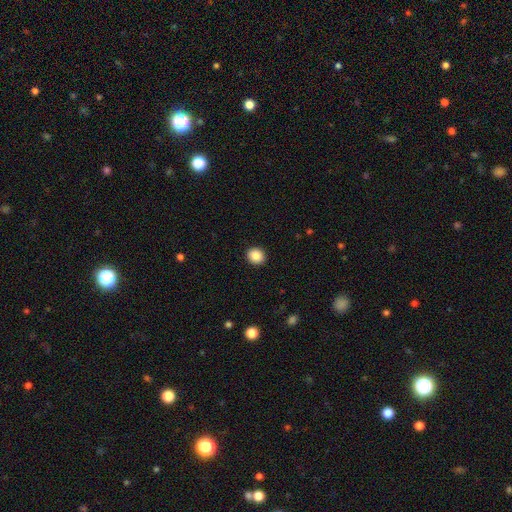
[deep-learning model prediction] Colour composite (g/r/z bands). It shows a smooth galaxy with no disk features (87%) that is round (82%). Merging: none (92%).